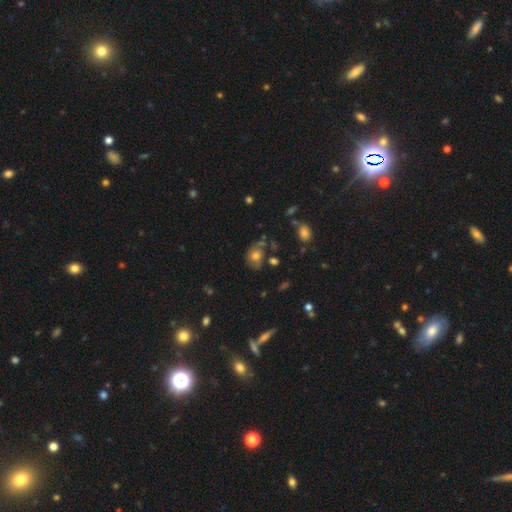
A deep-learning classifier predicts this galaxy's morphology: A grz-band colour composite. It shows a smooth galaxy with no disk features (63%) that is in between round and cigar-shaped (62%). Merging: none (51%).